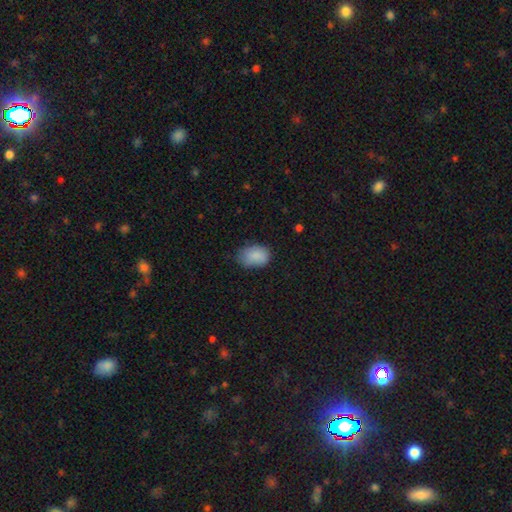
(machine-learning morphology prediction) smooth-or-featured: smooth: 86% | star or artifact: 8% | featured or disk: 6%
  how-rounded: in between: 78% | round: 21% | cigar-shaped: 1%
  merging: none: 63% | minor disturbance: 30% | major disturbance: 6% | merger: 1%